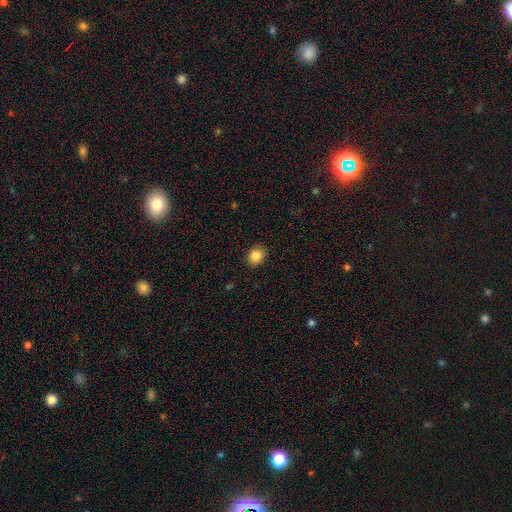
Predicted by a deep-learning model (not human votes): Smooth or featured? Predicted: smooth (p=0.86). How rounded? Predicted: round (p=0.67). Merging? Predicted: none (p=0.89).